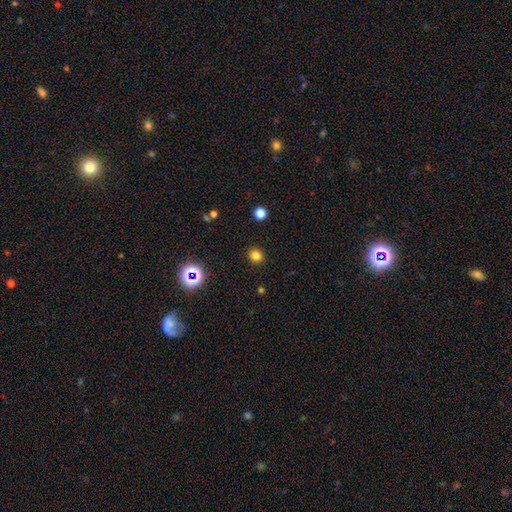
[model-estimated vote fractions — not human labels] smooth 80%, star or artifact 16%, featured or disk 4%. Down the decision tree: how rounded — round (84%); merging — none (91%).